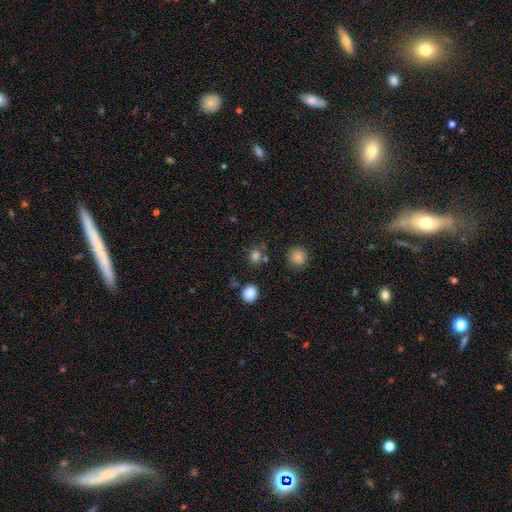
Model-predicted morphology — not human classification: smooth 78%, star or artifact 16%, featured or disk 5%. Down the decision tree: how rounded — round (74%); merging — none (70%).